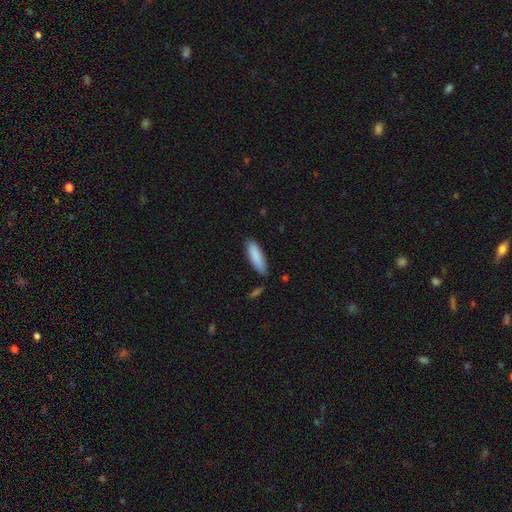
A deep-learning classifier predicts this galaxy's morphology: smooth_or_featured: smooth (p=0.87) [alt: featured or disk p=0.08]
how_rounded: cigar-shaped (p=0.55) [alt: in between p=0.43]
merging: none (p=0.81) [alt: minor disturbance p=0.13]